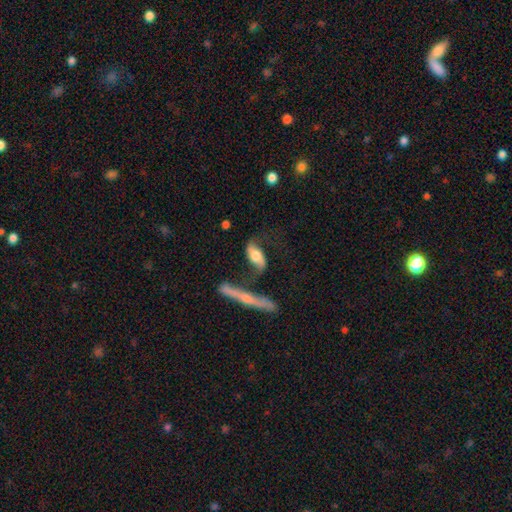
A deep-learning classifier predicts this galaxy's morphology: The model was most divided on "merging": none: 49%, minor disturbance: 19%, merger: 17%, major disturbance: 15%. More confident: edge-on disk — no (77%); smooth or featured — featured or disk (64%).